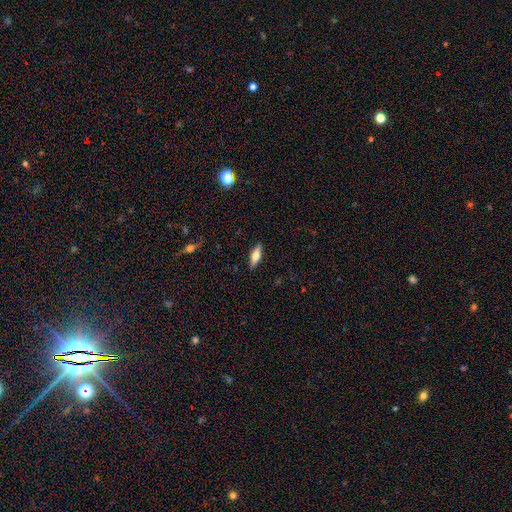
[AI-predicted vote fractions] The model was most divided on "how rounded": in between: 60%, cigar-shaped: 37%, round: 2%. More confident: merging — none (89%); smooth or featured — smooth (64%).